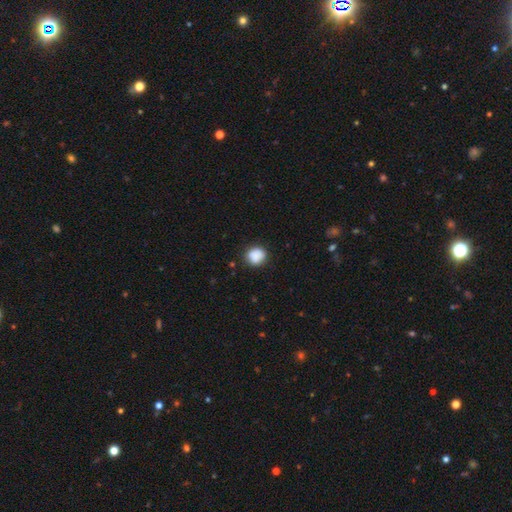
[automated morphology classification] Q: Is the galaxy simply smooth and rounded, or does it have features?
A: smooth — 87%.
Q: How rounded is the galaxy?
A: round — 79%.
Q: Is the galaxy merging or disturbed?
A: none — 79%.